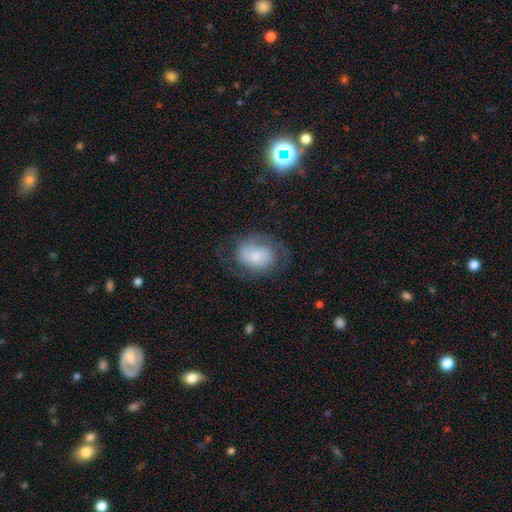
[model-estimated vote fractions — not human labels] smooth-or-featured: featured or disk: 54% | smooth: 38% | star or artifact: 9%
  disk-edge-on: no: 97% | yes: 3%
    bar: no: 70% | weak: 24% | strong: 6%
    has-spiral-arms: yes: 85% | no: 15%
    bulge-size: small: 33% | moderate: 24% | large: 22% | none: 12% | dominant: 9%
  merging: none: 62% | minor disturbance: 20% | major disturbance: 17% | merger: 1%